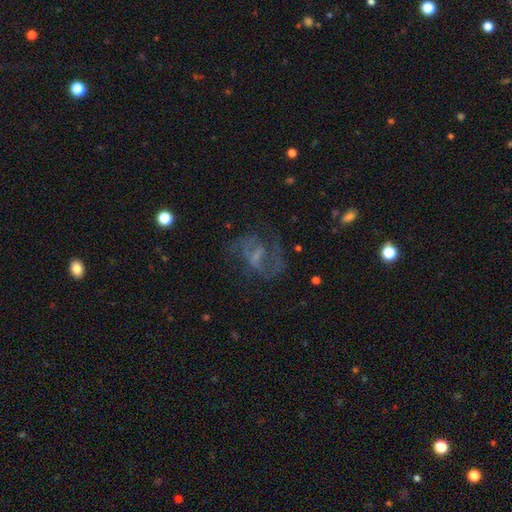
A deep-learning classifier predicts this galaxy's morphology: The model was most divided on "bulge size": none: 40%, small: 35%, moderate: 20%, large: 4%, dominant: 1%. Remaining: edge-on disk — no (97%); spiral arms — yes (78%); spiral arm count — 2 (72%); smooth or featured — featured or disk (70%); merging — none (55%); bar — weak (49%); spiral winding — medium (48%).